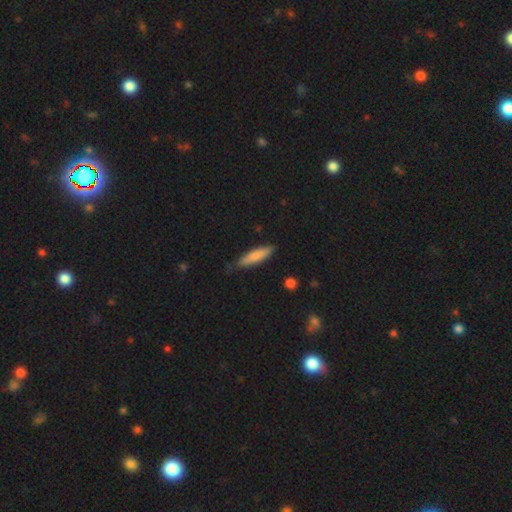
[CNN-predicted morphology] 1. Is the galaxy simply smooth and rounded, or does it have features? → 79% smooth, 15% featured or disk, 6% star or artifact.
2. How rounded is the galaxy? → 76% cigar-shaped, 23% in between, 2% round.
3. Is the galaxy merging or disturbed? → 74% none, 21% minor disturbance, 3% major disturbance, 2% merger.